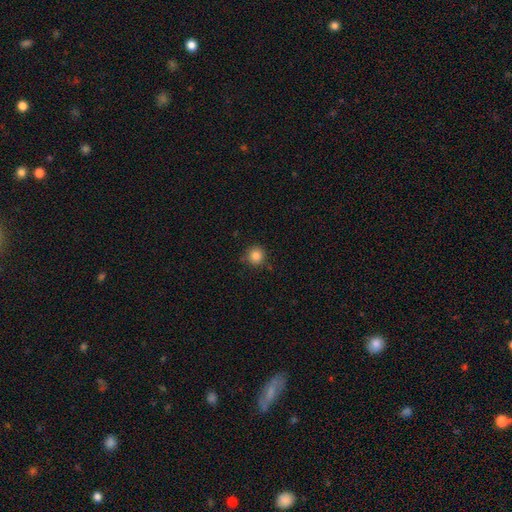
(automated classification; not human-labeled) A smooth galaxy with no disk features (85%) that is round (94%). Merging: none (85%).